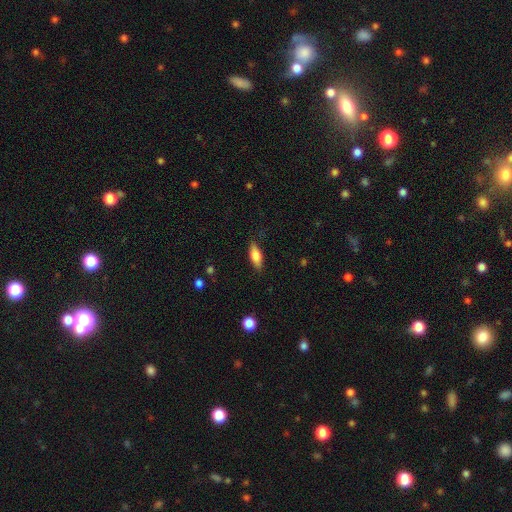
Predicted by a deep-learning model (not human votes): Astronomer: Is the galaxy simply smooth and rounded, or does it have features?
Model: smooth — 72%.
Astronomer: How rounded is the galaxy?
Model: in between — 69%.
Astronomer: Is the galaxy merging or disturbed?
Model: none — 82%.